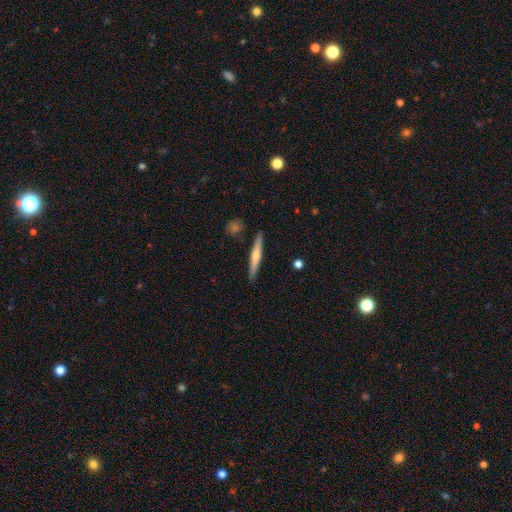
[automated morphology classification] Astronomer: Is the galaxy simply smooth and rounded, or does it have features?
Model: featured or disk — 52% (runner-up: smooth, 42%).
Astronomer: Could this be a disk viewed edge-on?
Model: yes — 96%.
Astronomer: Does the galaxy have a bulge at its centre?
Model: rounded — 76%.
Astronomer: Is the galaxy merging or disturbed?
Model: none — 90%.